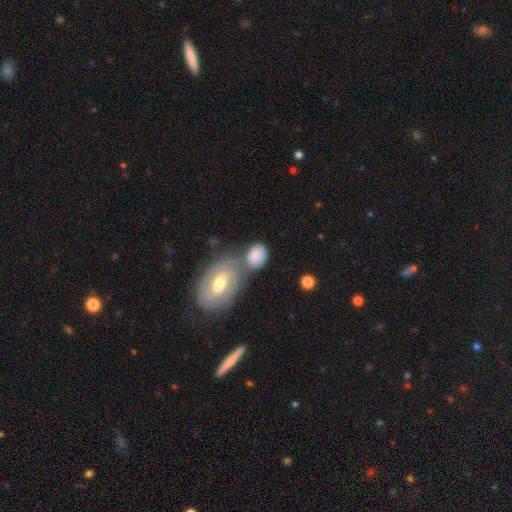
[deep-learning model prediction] Overall: smooth (69%). How rounded: in between (62%; round 36%). Merging: merger (40%; none 37%).